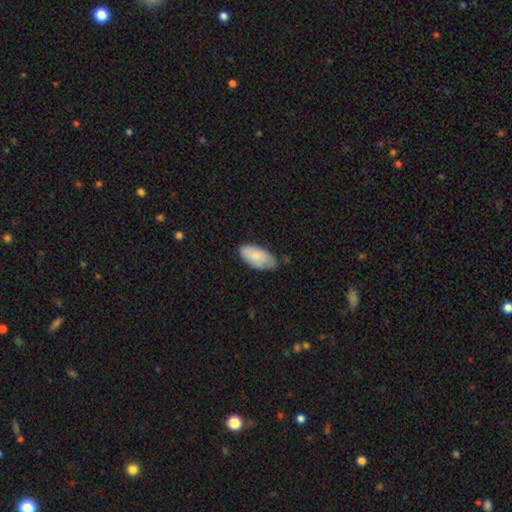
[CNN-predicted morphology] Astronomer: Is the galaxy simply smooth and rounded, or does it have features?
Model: smooth — 80%.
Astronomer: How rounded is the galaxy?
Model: in between — 94%.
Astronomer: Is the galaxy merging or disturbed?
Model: none — 60%.